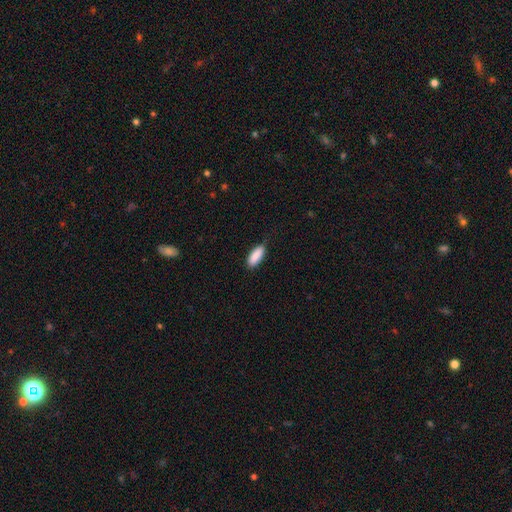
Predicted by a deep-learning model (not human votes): smooth 90%, star or artifact 6%, featured or disk 4%. Down the decision tree: how rounded — in between (73%); merging — none (79%).